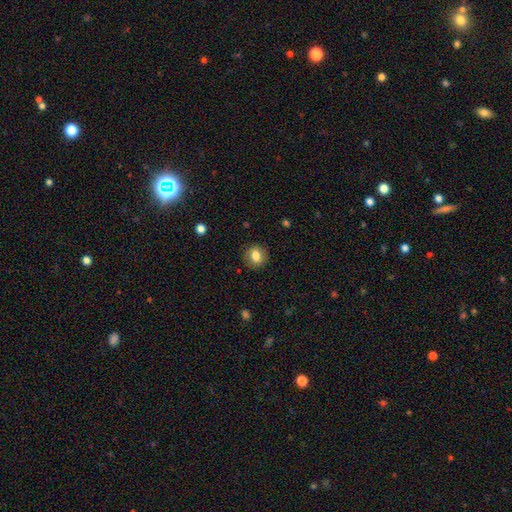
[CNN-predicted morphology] smooth 80%, featured or disk 11%, star or artifact 9%. Down the decision tree: how rounded — round (65%); merging — none (87%).